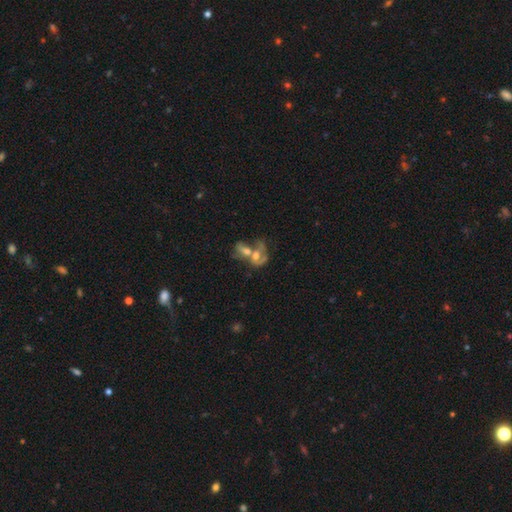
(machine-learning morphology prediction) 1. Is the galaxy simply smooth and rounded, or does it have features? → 54% featured or disk, 30% smooth, 16% star or artifact.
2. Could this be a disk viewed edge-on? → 94% no, 6% yes.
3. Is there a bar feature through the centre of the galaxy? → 72% no, 21% weak, 7% strong.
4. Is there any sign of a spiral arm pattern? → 54% yes, 46% no.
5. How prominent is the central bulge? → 56% moderate, 24% small, 9% large, 9% none, 3% dominant.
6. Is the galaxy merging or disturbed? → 65% merger, 18% none, 10% major disturbance, 7% minor disturbance.